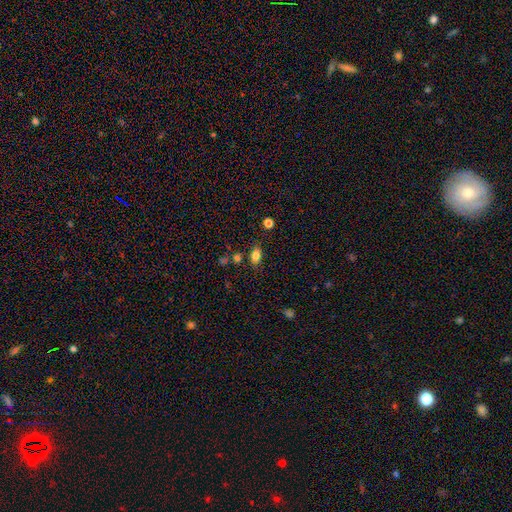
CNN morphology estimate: This is clearly a smooth galaxy (81%). How rounded: clearly in between (82%). Merging: clearly none (80%).